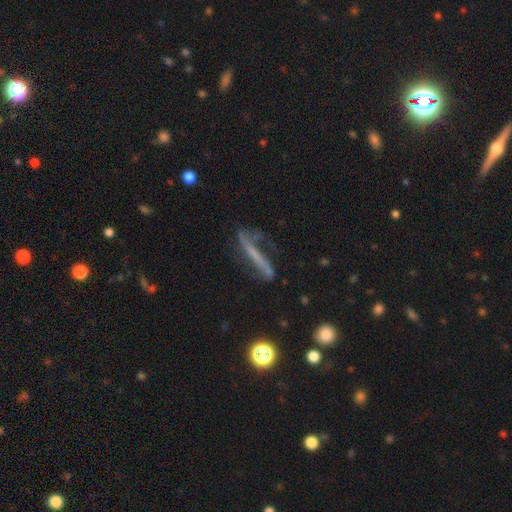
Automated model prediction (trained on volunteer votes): This appears to be a featured or disk galaxy (58%) viewed edge-on (58%). Merging: none (51%).